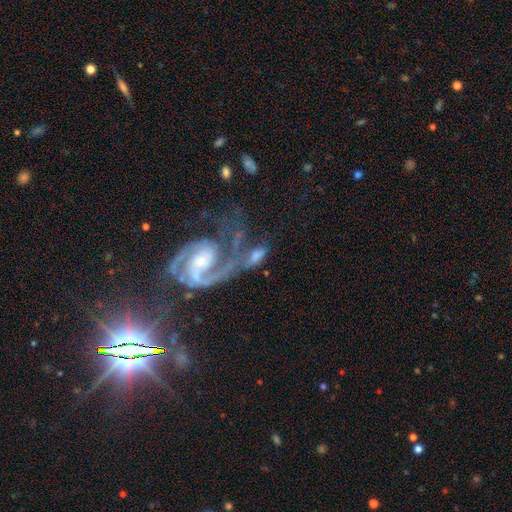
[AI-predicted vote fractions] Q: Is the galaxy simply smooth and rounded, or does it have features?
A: featured or disk — 76%.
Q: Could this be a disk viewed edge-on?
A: no — 94%.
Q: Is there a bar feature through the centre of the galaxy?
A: no — 47%.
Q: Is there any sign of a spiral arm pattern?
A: yes — 92%.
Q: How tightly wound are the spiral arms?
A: medium — 46%.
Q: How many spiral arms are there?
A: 2 — 76%.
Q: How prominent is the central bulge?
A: small — 39%.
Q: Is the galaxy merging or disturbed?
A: none — 36%.